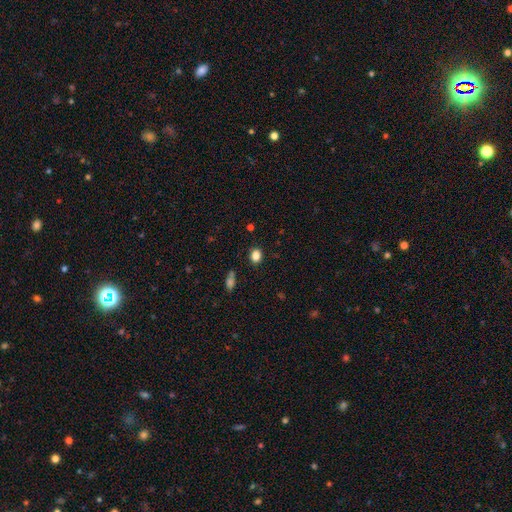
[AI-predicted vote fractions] Morphology: type=smooth (84%); roundness=round (51%); merging=none (87%).